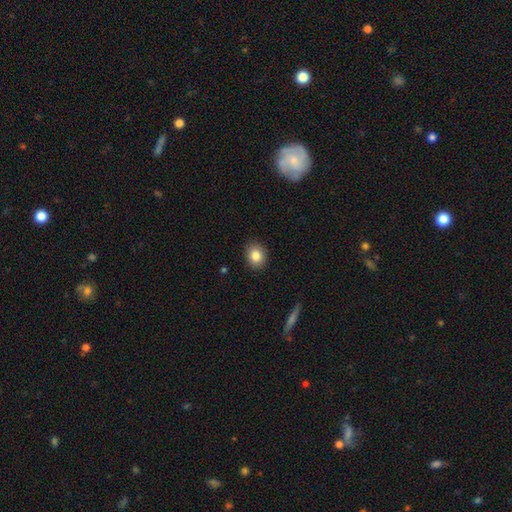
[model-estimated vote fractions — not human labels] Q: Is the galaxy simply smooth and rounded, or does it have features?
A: smooth — 84%.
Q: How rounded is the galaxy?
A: round — 53%.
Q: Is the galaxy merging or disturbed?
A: none — 89%.